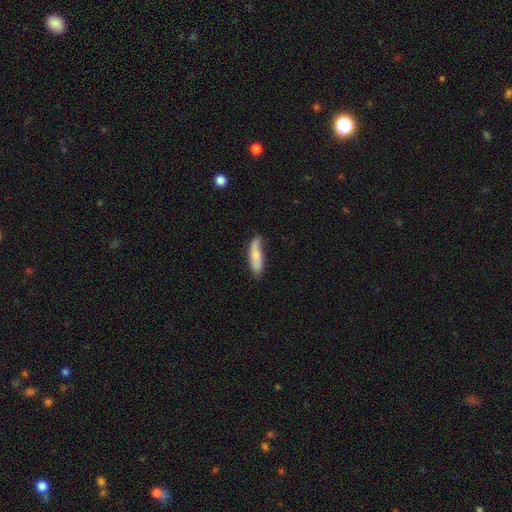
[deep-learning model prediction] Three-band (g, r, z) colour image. It shows a smooth galaxy with no disk features (69%) that is cigar-shaped (56%). Merging: none (61%).